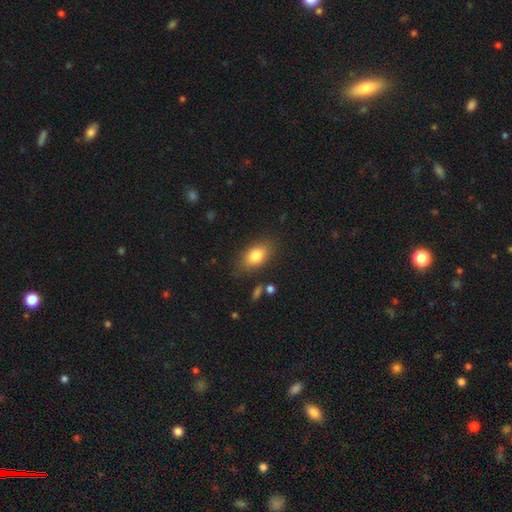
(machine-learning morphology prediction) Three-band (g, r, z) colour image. It shows a smooth galaxy with no disk features (81%) that is in between round and cigar-shaped (85%). Merging: none (81%).